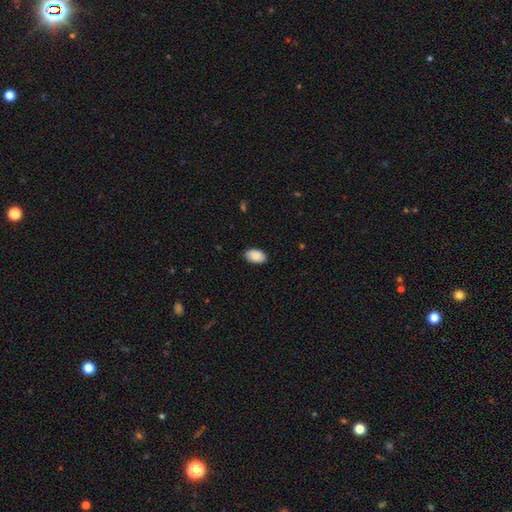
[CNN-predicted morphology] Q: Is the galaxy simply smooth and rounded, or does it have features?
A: smooth — 88%.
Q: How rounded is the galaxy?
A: in between — 94%.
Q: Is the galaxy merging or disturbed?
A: none — 84%.